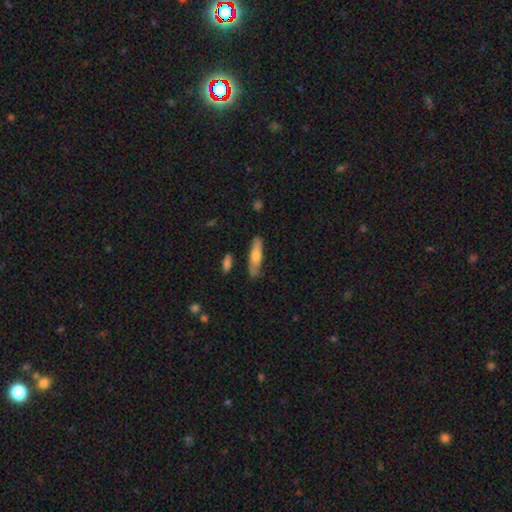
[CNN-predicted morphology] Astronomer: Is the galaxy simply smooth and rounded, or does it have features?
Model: smooth — 63%.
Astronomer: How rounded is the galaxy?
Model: cigar-shaped — 71%.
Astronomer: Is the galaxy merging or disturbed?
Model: none — 77%.